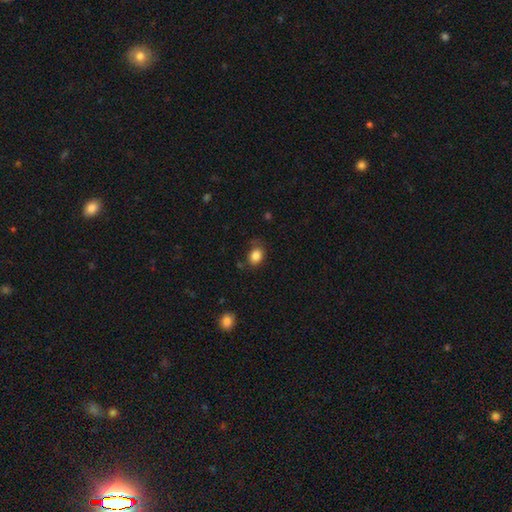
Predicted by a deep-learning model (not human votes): This appears to be a smooth galaxy with no disk features (84%) that is in between round and cigar-shaped (62%). Merging: none (72%).